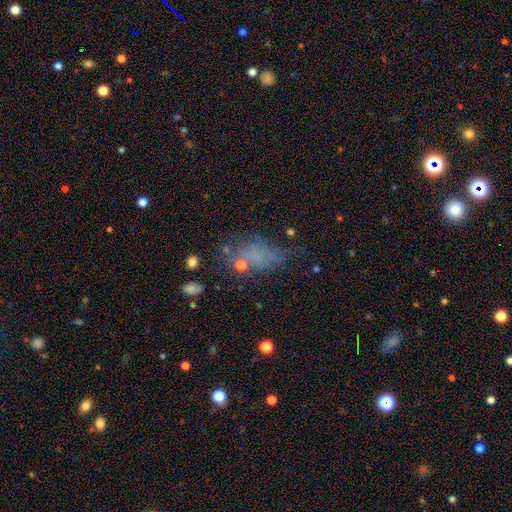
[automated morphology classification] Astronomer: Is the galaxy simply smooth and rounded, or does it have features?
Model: smooth — 51%.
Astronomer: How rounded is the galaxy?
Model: in between — 80%.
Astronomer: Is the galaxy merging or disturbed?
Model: none — 43% (runner-up: major disturbance, 26%).